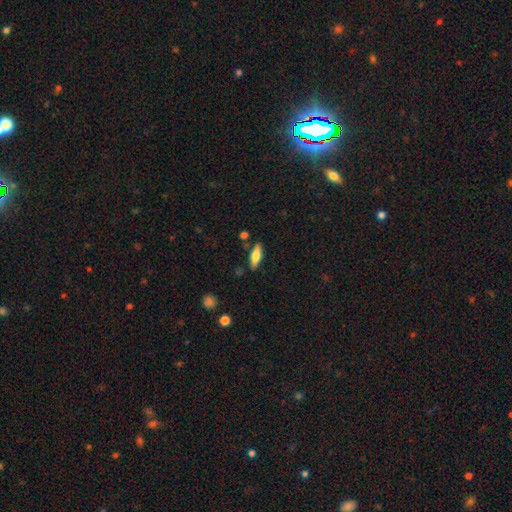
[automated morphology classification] type=smooth (67%); roundness=in between (55%); merging=none (83%).